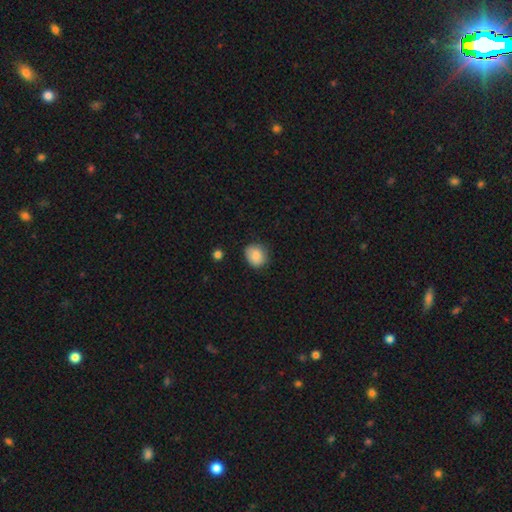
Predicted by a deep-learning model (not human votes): Overall: smooth (84%). How rounded: round (69%; in between 31%). Merging: none (76%).